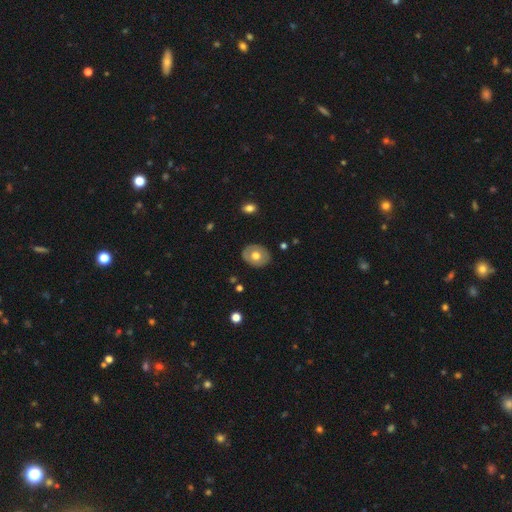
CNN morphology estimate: Q: Smooth or featured?
A: smooth (58%); runner-up: featured or disk (36%)
Q: How rounded?
A: in between (52%); runner-up: round (47%)
Q: Merging?
A: none (85%); runner-up: minor disturbance (11%)